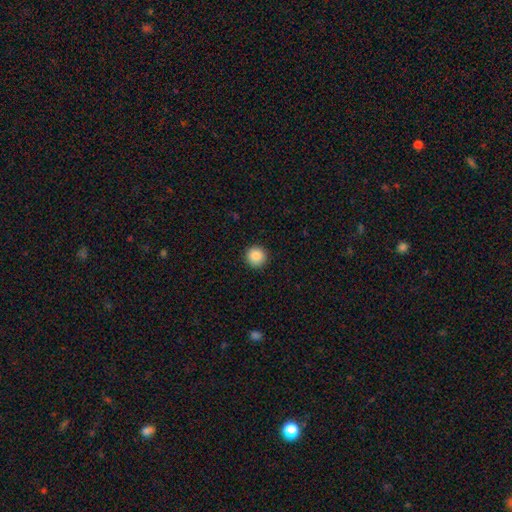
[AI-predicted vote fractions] This is clearly a smooth galaxy (87%). How rounded: clearly round (95%). Merging: clearly none (93%).